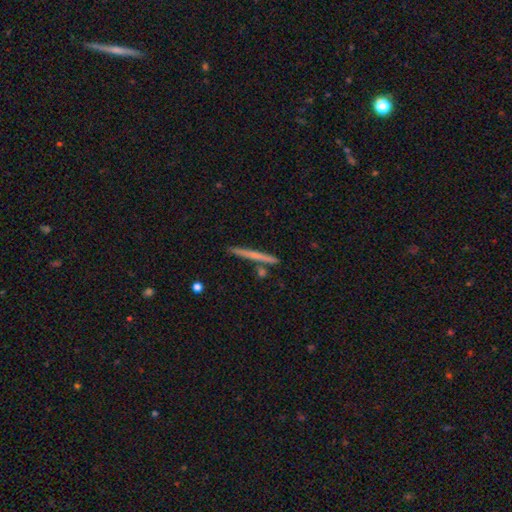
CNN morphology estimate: The model was most divided on "smooth or featured": smooth: 53%, featured or disk: 41%, star or artifact: 6%. More confident: how rounded — cigar-shaped (96%); merging — none (87%).